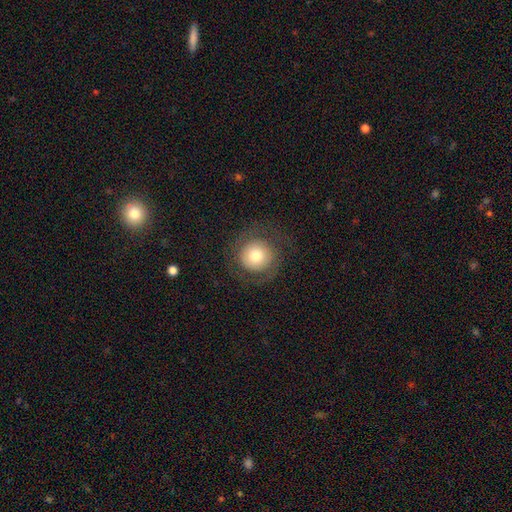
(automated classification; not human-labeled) This appears to be a smooth galaxy with no disk features (63%) that is round (94%). Merging: none (79%).